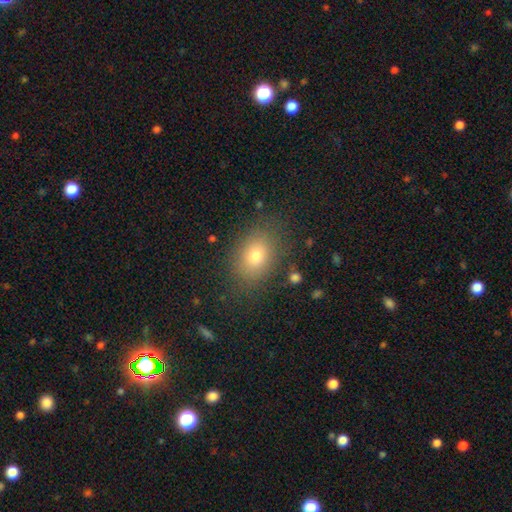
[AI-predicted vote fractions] This appears to be a smooth galaxy with no disk features (77%) that is in between round and cigar-shaped (72%). Merging: none (83%).